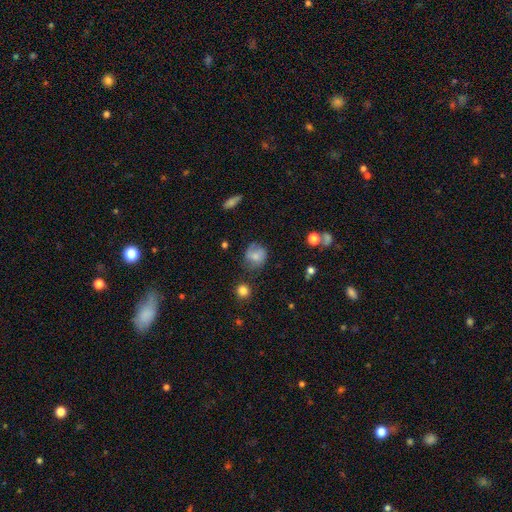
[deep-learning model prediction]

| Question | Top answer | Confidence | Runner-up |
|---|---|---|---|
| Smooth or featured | smooth | 64% | featured or disk (25%) |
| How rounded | round | 72% | in between (27%) |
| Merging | none | 57% | minor disturbance (28%) |